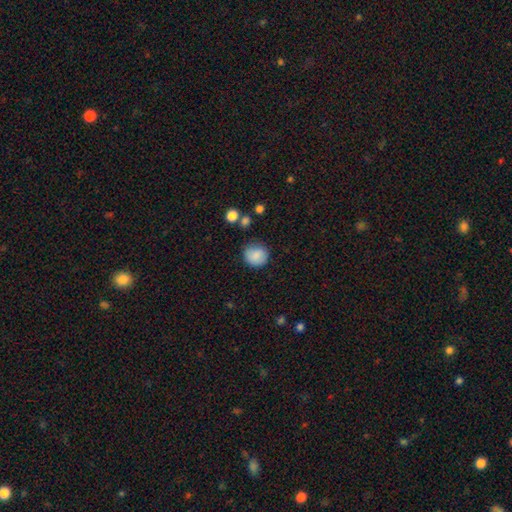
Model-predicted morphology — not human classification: Smooth or featured?
  - smooth: 86% *
  - star or artifact: 8%
  - featured or disk: 6%
How rounded?
  - round: 87% *
  - in between: 12%
  - cigar-shaped: 1%
Merging?
  - none: 79% *
  - minor disturbance: 15%
  - major disturbance: 4%
  - merger: 2%